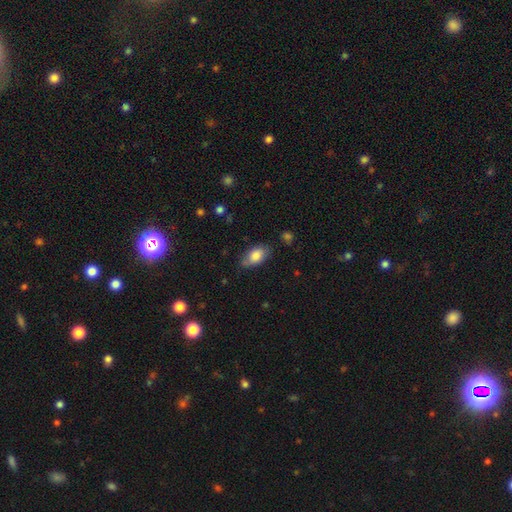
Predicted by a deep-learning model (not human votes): Smooth or featured? smooth (80%)
How rounded? in between (92%)
Merging? none (72%)